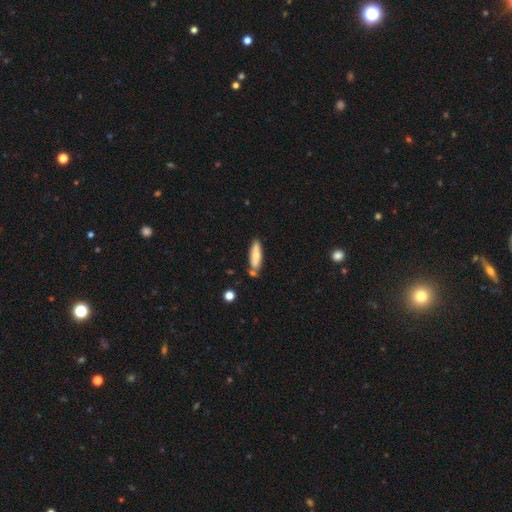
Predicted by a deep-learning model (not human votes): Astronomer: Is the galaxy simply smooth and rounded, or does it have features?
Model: smooth — 72%.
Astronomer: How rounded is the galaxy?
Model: cigar-shaped — 64%.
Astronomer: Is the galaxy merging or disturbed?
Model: none — 69%.